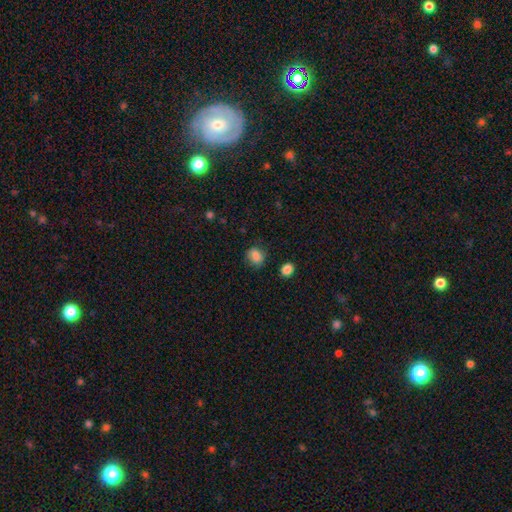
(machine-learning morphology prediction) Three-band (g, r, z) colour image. It shows a smooth galaxy with no disk features (85%) that is round (55%). Merging: none (77%).